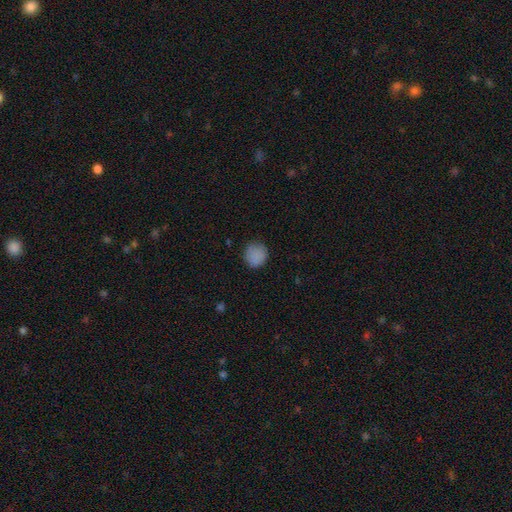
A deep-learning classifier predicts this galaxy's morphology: Smooth or featured? Predicted: smooth (p=0.86). How rounded? Predicted: round (p=0.89). Merging? Predicted: none (p=0.83).